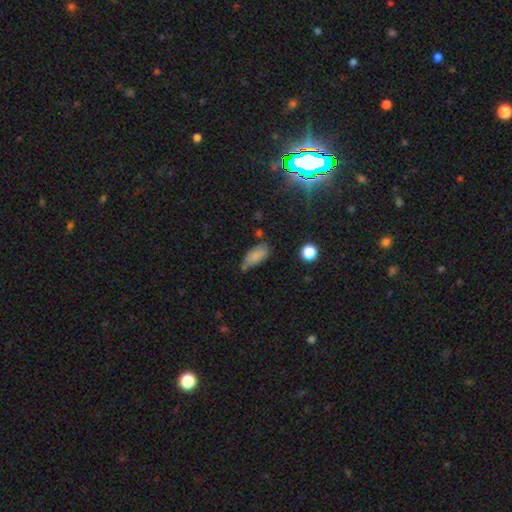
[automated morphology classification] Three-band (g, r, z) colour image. It shows a smooth galaxy with no disk features (82%) that is in between round and cigar-shaped (87%). Merging: none (51%).